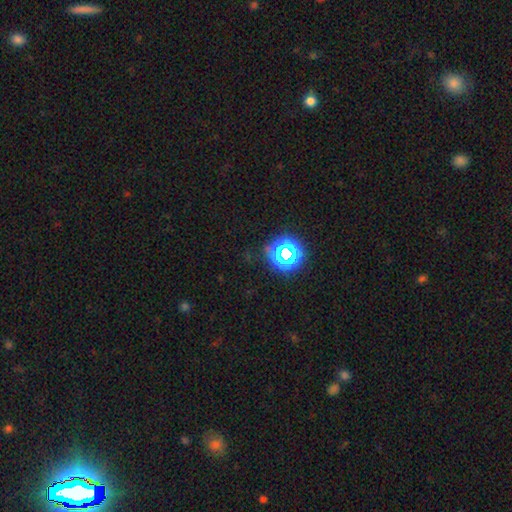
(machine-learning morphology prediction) smooth-or-featured: star or artifact: 67% | smooth: 27% | featured or disk: 6%